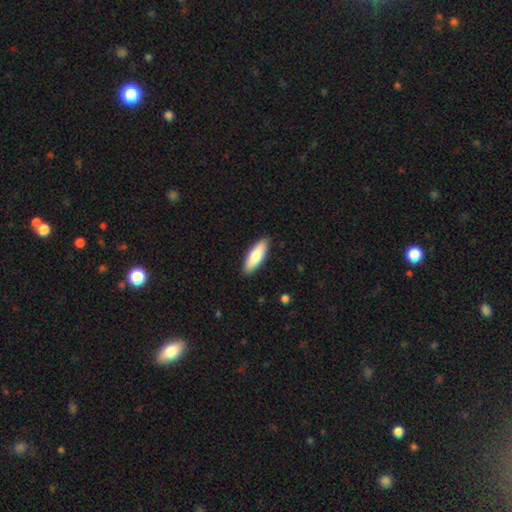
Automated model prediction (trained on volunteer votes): A smooth galaxy with no disk features (81%) that is in between round and cigar-shaped (56%). Merging: none (90%).